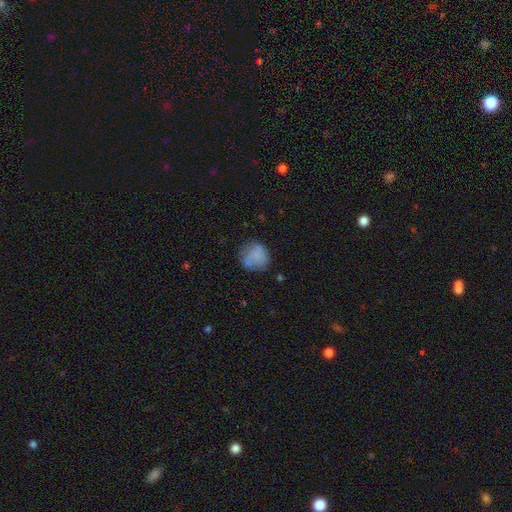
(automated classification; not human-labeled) smooth_or_featured: smooth (p=0.75) [alt: featured or disk p=0.16]
how_rounded: round (p=0.82) [alt: in between p=0.17]
merging: none (p=0.61) [alt: minor disturbance p=0.25]